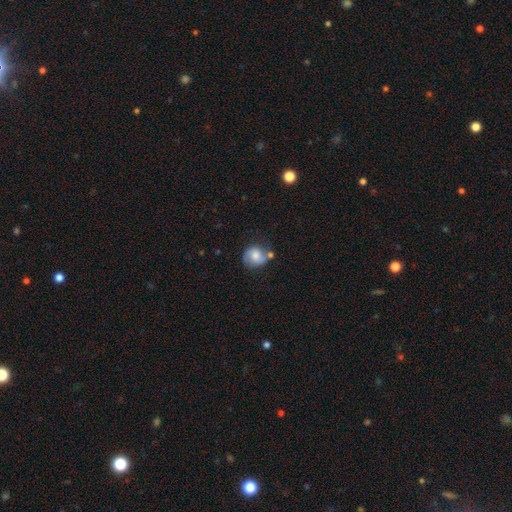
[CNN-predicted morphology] Smooth or featured: featured or disk — 47% (smooth — 44%)
Merging: none — 56% (minor disturbance — 22%)